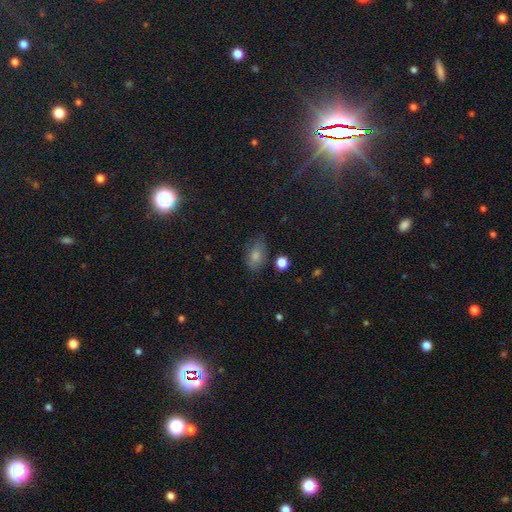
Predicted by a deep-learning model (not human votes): This is likely a smooth galaxy (77%). How rounded: clearly in between (86%). Merging: likely none (64%).